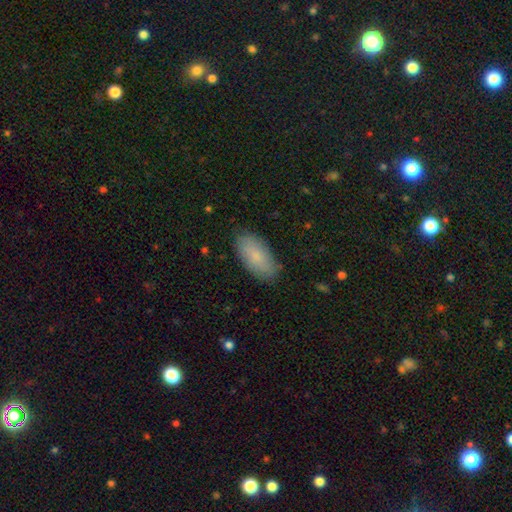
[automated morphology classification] Smooth or featured? smooth (82%)
How rounded? in between (92%)
Merging? none (84%)